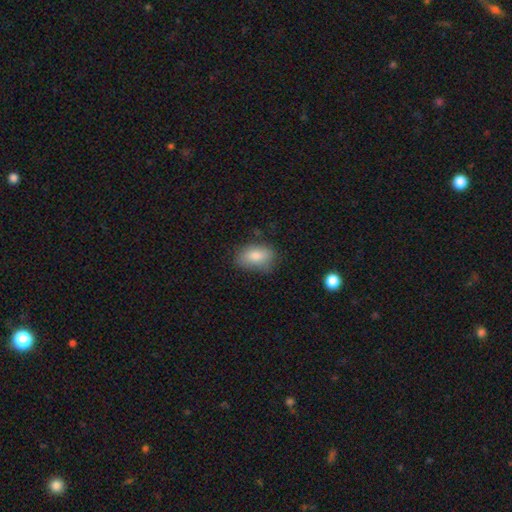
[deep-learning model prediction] Smooth or featured? Predicted: smooth (p=0.83). How rounded? Predicted: in between (p=0.89). Merging? Predicted: none (p=0.71).